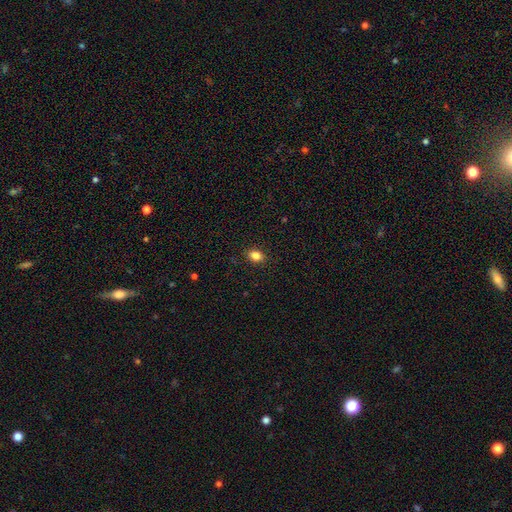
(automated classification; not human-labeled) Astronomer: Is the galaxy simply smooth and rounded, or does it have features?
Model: smooth — 84%.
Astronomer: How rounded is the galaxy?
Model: in between — 72%.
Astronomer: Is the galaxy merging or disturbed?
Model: none — 89%.